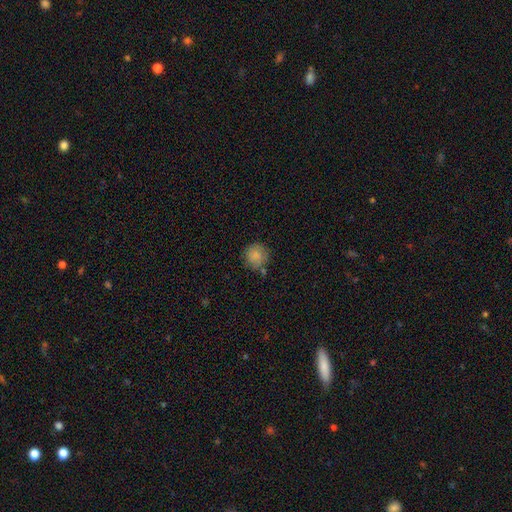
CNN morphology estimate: smooth 84%, star or artifact 8%, featured or disk 8%. Down the decision tree: how rounded — round (92%); merging — none (74%).